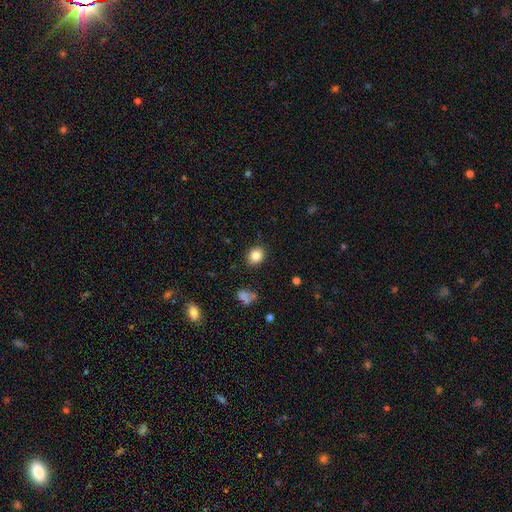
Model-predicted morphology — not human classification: This appears to be a smooth galaxy with no disk features (84%) that is round (63%). Merging: none (88%).